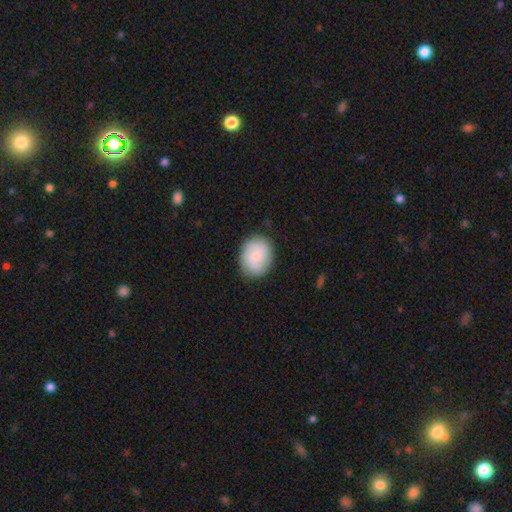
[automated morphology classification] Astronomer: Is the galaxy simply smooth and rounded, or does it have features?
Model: smooth — 65%.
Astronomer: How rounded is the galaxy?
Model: round — 52% (runner-up: in between, 47%).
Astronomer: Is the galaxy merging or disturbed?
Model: none — 82%.